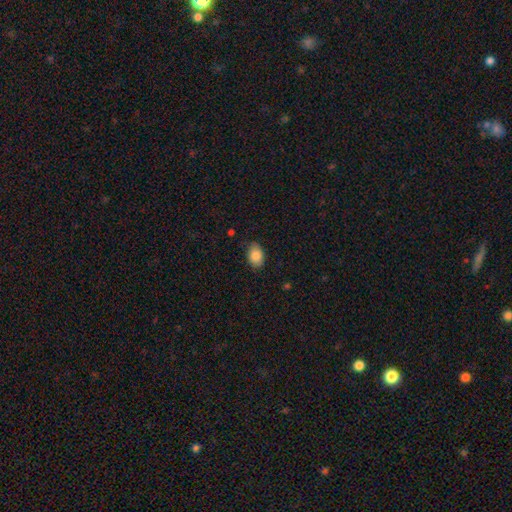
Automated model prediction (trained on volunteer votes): smooth-or-featured: smooth: 86% | star or artifact: 8% | featured or disk: 7%
  how-rounded: in between: 80% | round: 19% | cigar-shaped: 1%
  merging: none: 79% | minor disturbance: 17% | major disturbance: 3% | merger: 1%